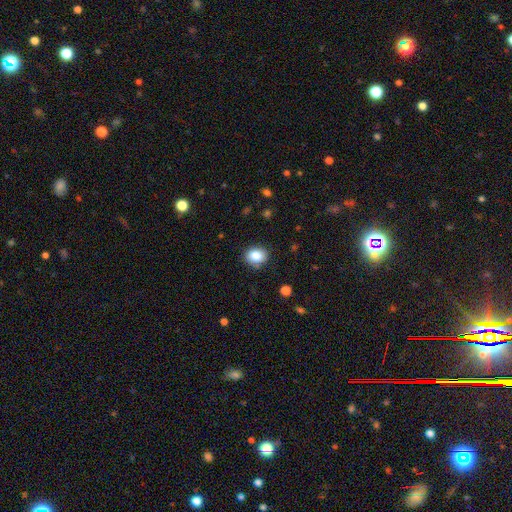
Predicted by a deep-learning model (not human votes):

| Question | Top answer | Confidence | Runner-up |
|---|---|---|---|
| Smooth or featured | smooth | 84% | star or artifact (10%) |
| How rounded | round | 60% | in between (39%) |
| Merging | none | 85% | minor disturbance (11%) |